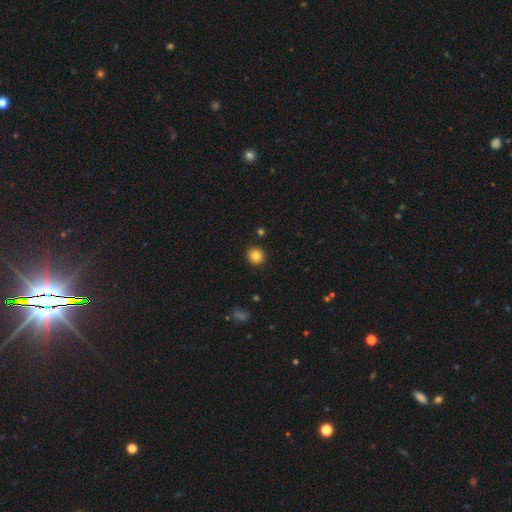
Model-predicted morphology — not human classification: This is clearly a smooth galaxy (83%). How rounded: clearly round (90%). Merging: clearly none (91%).